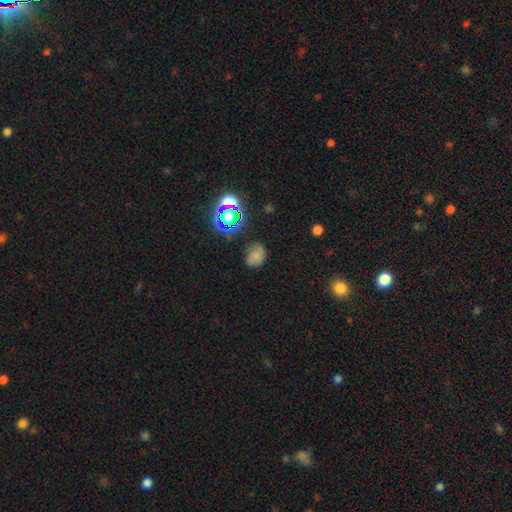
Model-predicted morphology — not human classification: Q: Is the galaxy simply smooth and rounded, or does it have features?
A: smooth — 65%.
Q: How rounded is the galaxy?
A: in between — 61%.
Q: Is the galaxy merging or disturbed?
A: none — 66%.